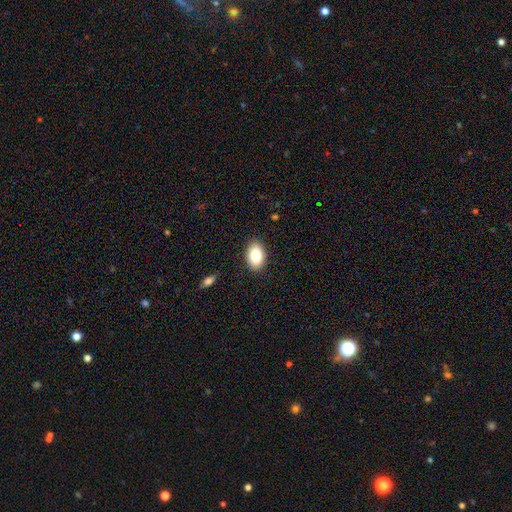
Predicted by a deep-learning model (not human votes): A smooth galaxy with no disk features (83%) that is in between round and cigar-shaped (89%). Merging: none (89%).